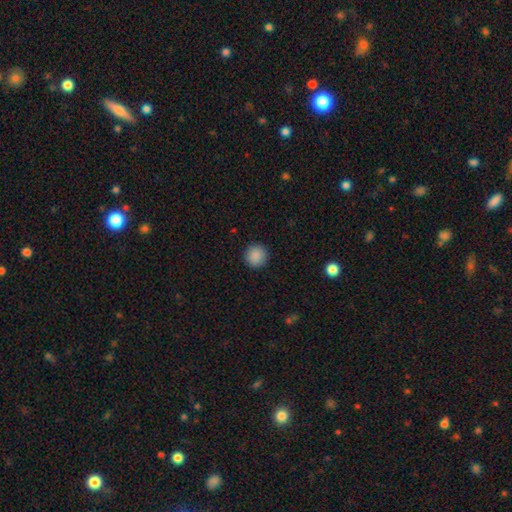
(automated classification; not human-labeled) smooth_or_featured: smooth (p=0.89) [alt: star or artifact p=0.09]
how_rounded: round (p=0.95) [alt: in between p=0.04]
merging: none (p=0.92) [alt: minor disturbance p=0.05]